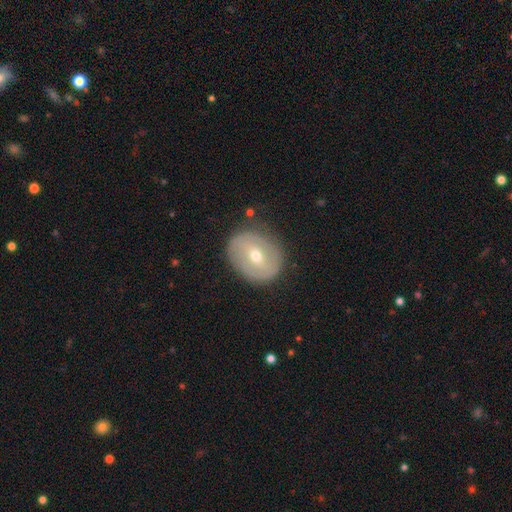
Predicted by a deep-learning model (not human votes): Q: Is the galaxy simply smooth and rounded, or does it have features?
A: featured or disk — 59%.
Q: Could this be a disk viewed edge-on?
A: no — 95%.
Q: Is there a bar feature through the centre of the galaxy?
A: weak — 45%.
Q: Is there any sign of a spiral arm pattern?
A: no — 53%.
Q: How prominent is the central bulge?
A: moderate — 50%.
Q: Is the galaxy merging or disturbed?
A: none — 80%.